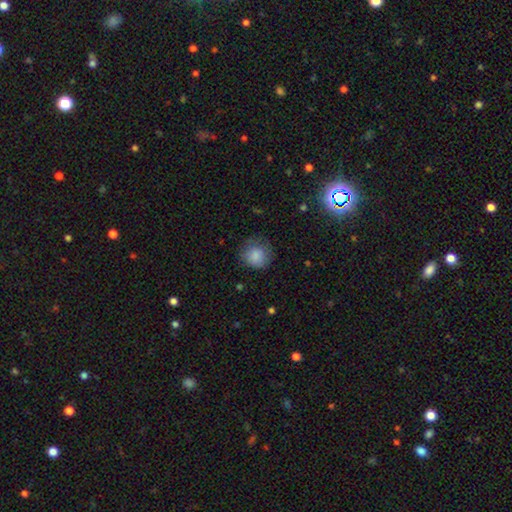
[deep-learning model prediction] Morphology: type=smooth (85%); roundness=round (87%); merging=none (70%).